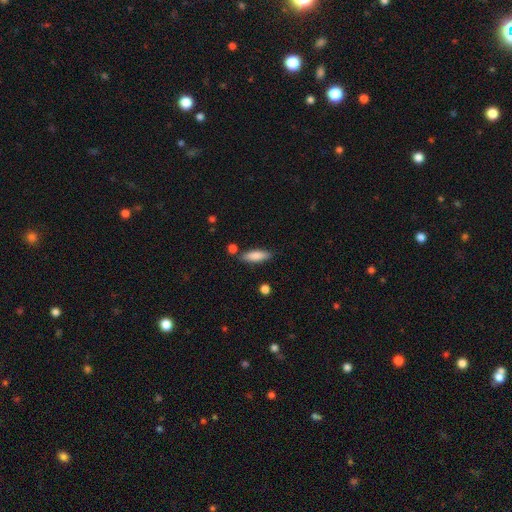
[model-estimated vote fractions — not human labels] The model was most divided on "how rounded": in between: 53%, cigar-shaped: 46%, round: 2%. More confident: smooth or featured — smooth (84%); merging — none (80%).